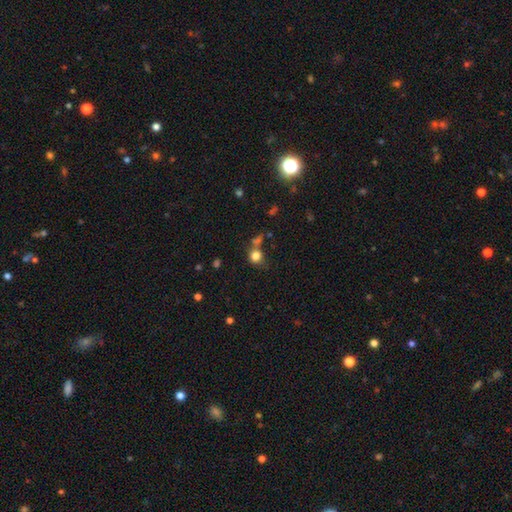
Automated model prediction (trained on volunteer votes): The model was most divided on "merging": none: 54%, merger: 22%, minor disturbance: 15%, major disturbance: 9%. More confident: how rounded — round (82%); smooth or featured — smooth (79%).